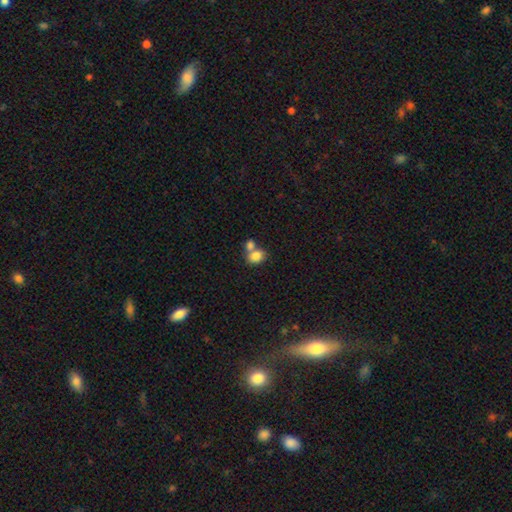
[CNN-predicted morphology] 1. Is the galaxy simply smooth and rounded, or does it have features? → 82% smooth, 9% featured or disk, 9% star or artifact.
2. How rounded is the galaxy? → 62% in between, 37% round, 1% cigar-shaped.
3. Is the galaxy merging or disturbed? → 53% merger, 35% none, 9% minor disturbance, 4% major disturbance.